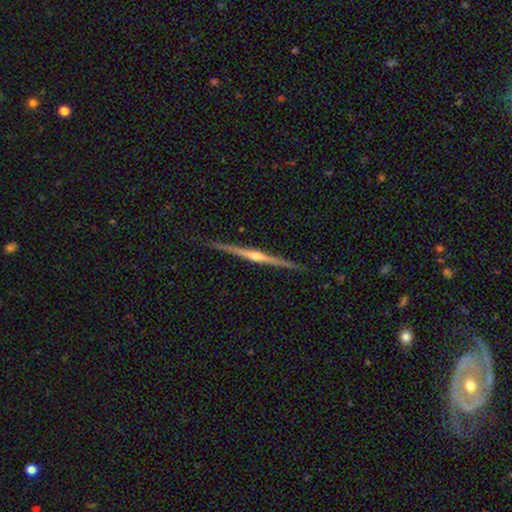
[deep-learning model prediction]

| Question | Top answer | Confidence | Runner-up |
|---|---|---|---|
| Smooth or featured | featured or disk | 83% | smooth (11%) |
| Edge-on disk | yes | 99% | no (1%) |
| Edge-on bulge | rounded | 83% | none (12%) |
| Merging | none | 90% | minor disturbance (8%) |